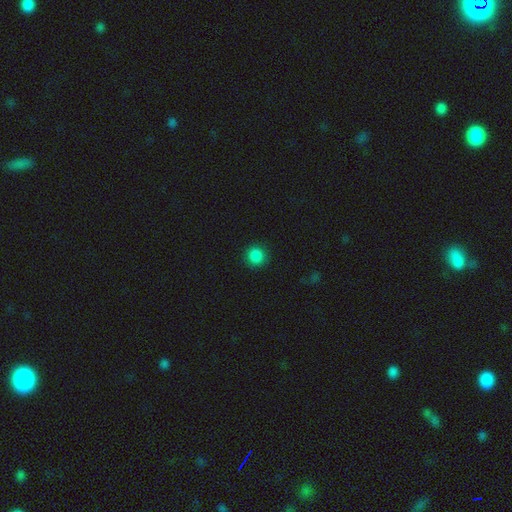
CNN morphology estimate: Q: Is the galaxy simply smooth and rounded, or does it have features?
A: smooth — 86%.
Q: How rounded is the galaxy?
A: round — 93%.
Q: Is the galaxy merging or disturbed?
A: none — 91%.